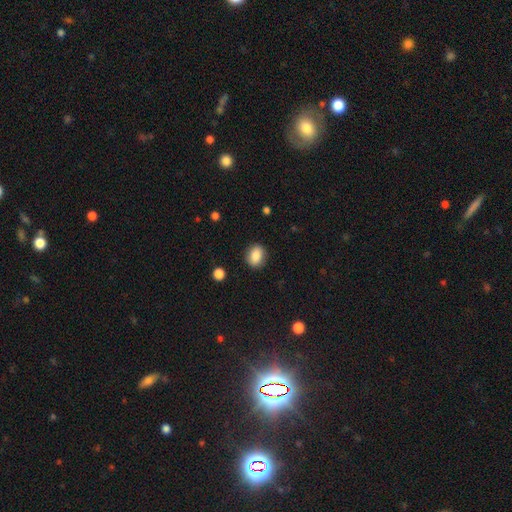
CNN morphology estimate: Smooth or featured?
  - smooth: 85% *
  - star or artifact: 8%
  - featured or disk: 6%
How rounded?
  - in between: 54% *
  - round: 45%
  - cigar-shaped: 1%
Merging?
  - none: 87% *
  - minor disturbance: 9%
  - major disturbance: 3%
  - merger: 1%